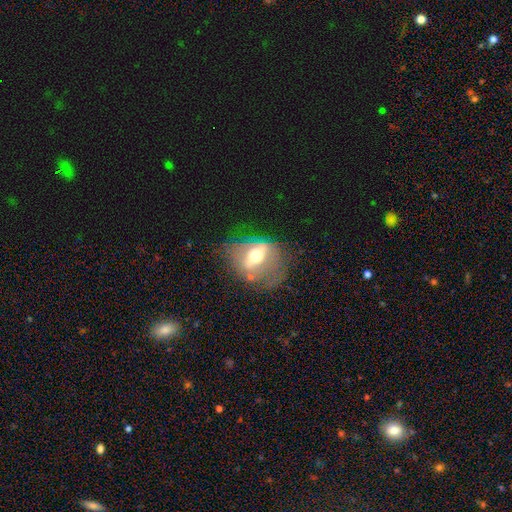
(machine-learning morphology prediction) smooth-or-featured: featured or disk: 58% | smooth: 31% | star or artifact: 10%
  disk-edge-on: no: 79% | yes: 21%
  merging: none: 54% | minor disturbance: 23% | major disturbance: 20% | merger: 3%